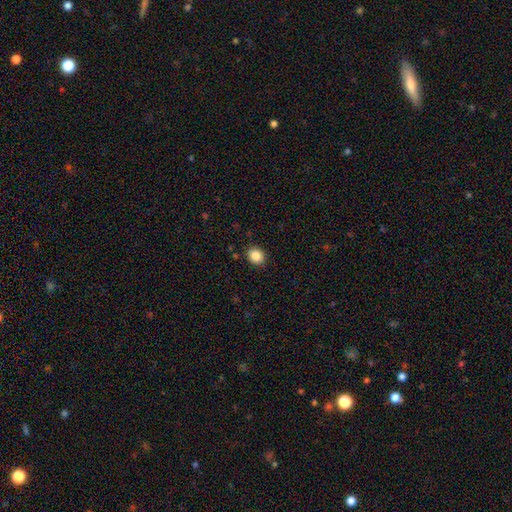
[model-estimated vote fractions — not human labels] This appears to be a smooth galaxy with no disk features (87%) that is round (61%). Merging: none (89%).